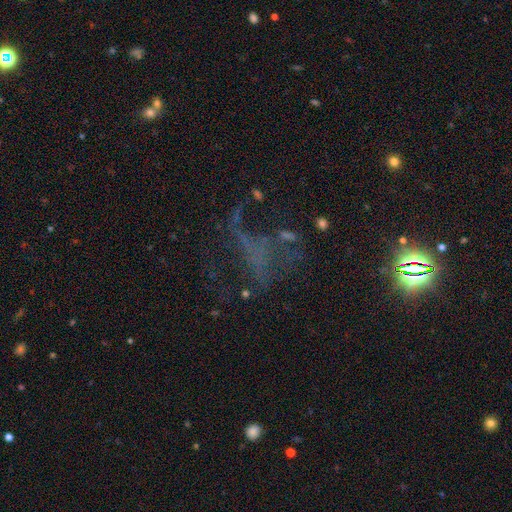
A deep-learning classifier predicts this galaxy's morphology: smooth-or-featured: star or artifact: 48% | featured or disk: 34% | smooth: 18%